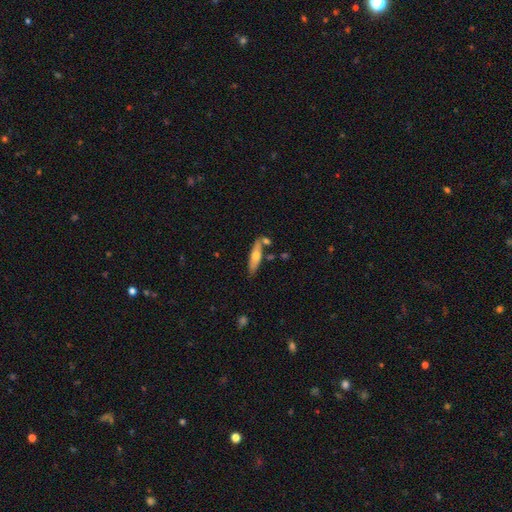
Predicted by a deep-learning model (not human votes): A smooth galaxy with no disk features (56%) that is cigar-shaped (66%).

Vote fractions:
- Smooth or featured? smooth: 56% / featured or disk: 38% / star or artifact: 6%
- How rounded? cigar-shaped: 66% / in between: 32% / round: 2%
- Merging? none: 67% / minor disturbance: 16% / merger: 13% / major disturbance: 4%